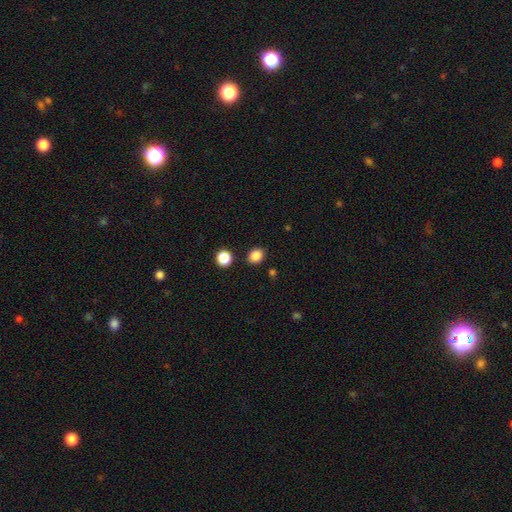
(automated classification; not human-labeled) Q: Smooth or featured?
A: smooth (86%); runner-up: star or artifact (11%)
Q: How rounded?
A: round (62%); runner-up: in between (37%)
Q: Merging?
A: none (86%); runner-up: minor disturbance (8%)